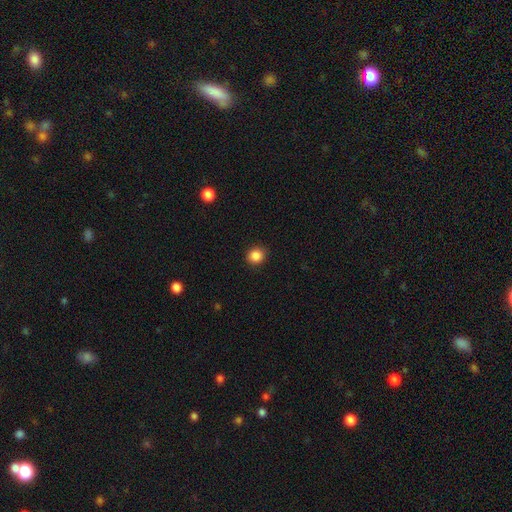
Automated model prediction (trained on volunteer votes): The model was most divided on "how rounded": round: 84%, in between: 15%, cigar-shaped: 1%. More confident: merging — none (91%); smooth or featured — smooth (86%).